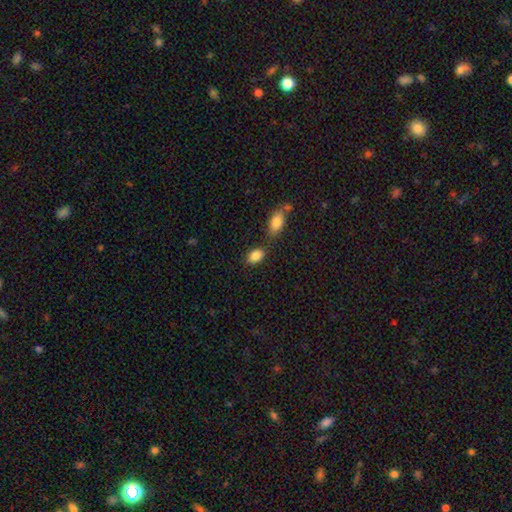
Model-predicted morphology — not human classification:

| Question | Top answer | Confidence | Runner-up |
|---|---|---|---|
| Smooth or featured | smooth | 87% | star or artifact (8%) |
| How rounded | in between | 84% | round (14%) |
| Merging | none | 68% | merger (16%) |